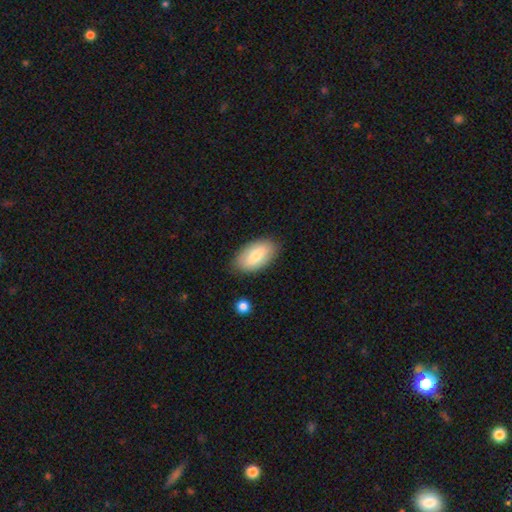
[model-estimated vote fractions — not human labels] This is likely a smooth galaxy (77%). How rounded: clearly in between (94%). Merging: clearly none (84%).